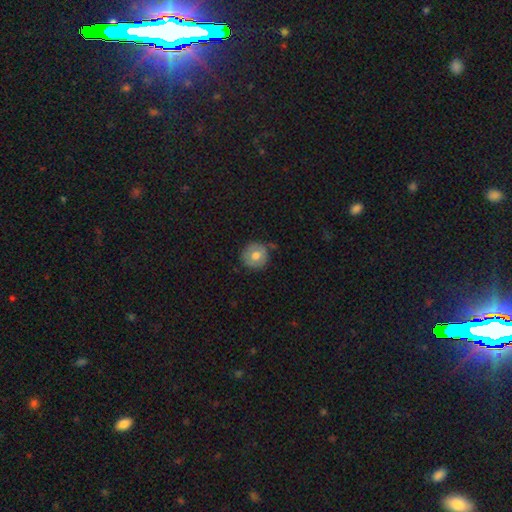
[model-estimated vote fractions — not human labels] smooth_or_featured: smooth (p=0.72) [alt: featured or disk p=0.20]
how_rounded: round (p=0.93) [alt: in between p=0.06]
merging: none (p=0.79) [alt: minor disturbance p=0.15]